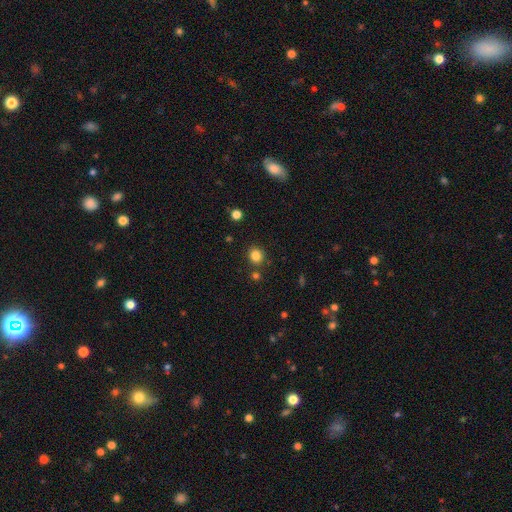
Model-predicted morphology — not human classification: smooth 83%, star or artifact 12%, featured or disk 5%. Down the decision tree: how rounded — round (78%); merging — none (82%).